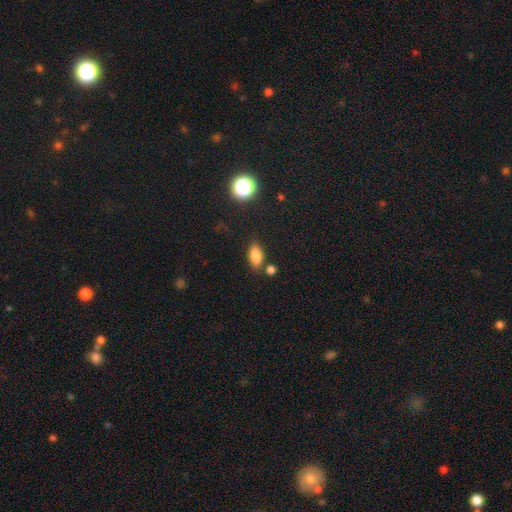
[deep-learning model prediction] Smooth or featured? Predicted: smooth (p=0.82). How rounded? Predicted: in between (p=0.84). Merging? Predicted: none (p=0.76).